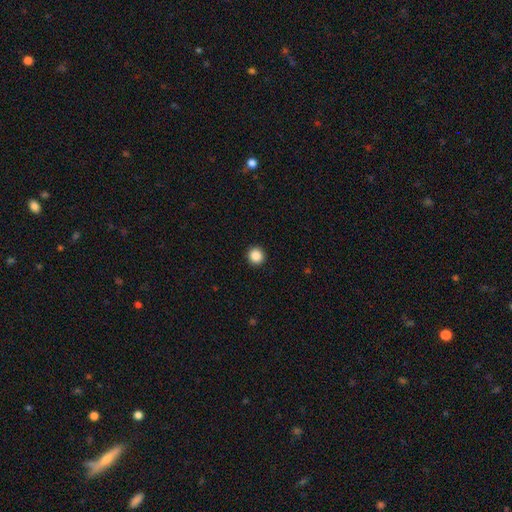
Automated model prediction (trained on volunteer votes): Q: Smooth or featured?
A: smooth (87%); runner-up: star or artifact (10%)
Q: How rounded?
A: round (94%); runner-up: in between (5%)
Q: Merging?
A: none (93%); runner-up: minor disturbance (4%)